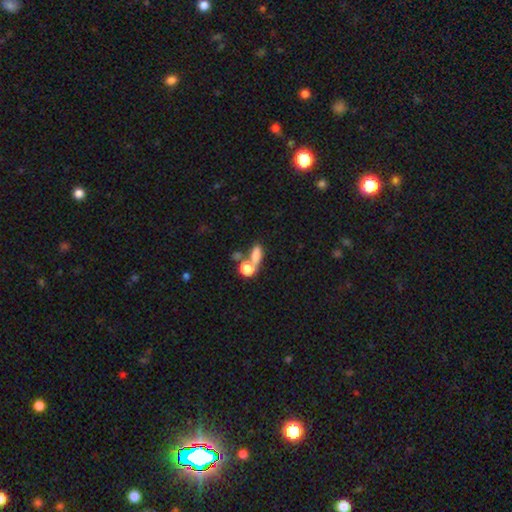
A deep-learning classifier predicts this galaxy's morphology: Q: Smooth or featured?
A: smooth (76%); runner-up: star or artifact (12%)
Q: How rounded?
A: in between (65%); runner-up: round (24%)
Q: Merging?
A: merger (48%); runner-up: none (35%)